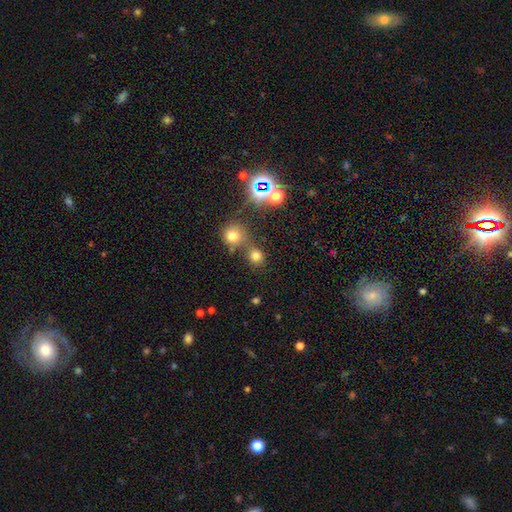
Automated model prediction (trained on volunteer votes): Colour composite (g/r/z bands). It shows a smooth galaxy with no disk features (70%) that is round (87%). Merging: none (68%).